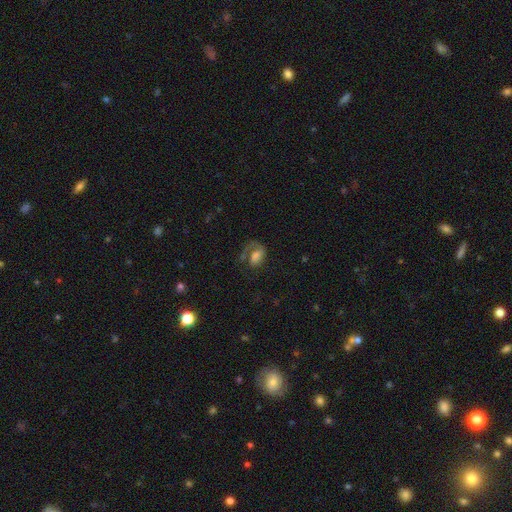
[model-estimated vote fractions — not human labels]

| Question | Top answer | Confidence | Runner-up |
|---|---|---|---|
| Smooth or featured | featured or disk | 47% | smooth (42%) |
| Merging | major disturbance | 42% | none (36%) |